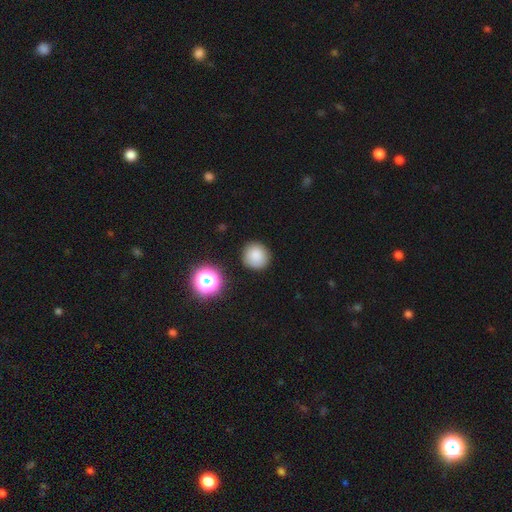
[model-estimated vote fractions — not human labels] Smooth or featured: smooth — 84% (star or artifact — 11%)
How rounded: round — 92% (in between — 7%)
Merging: none — 88% (minor disturbance — 8%)